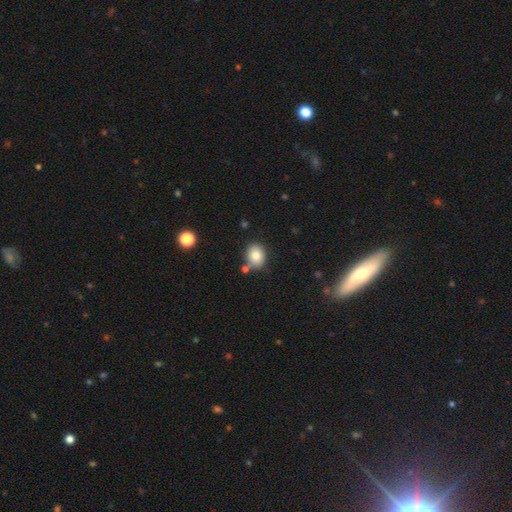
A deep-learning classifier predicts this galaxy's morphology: The model was most divided on "how rounded": round: 51%, in between: 48%, cigar-shaped: 1%. More confident: smooth or featured — smooth (83%); merging — none (71%).